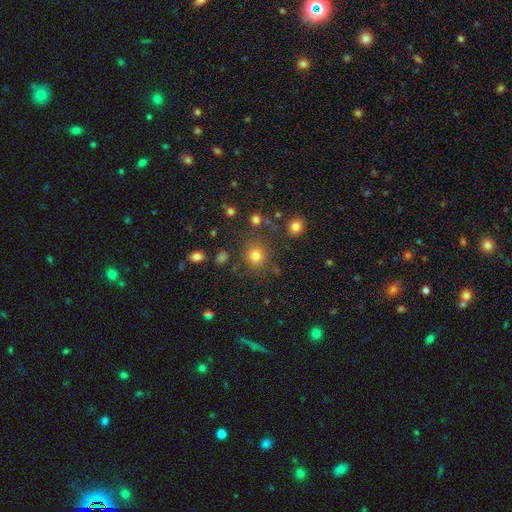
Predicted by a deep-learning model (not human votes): smooth-or-featured: smooth: 77% | star or artifact: 16% | featured or disk: 7%
  how-rounded: round: 86% | in between: 13% | cigar-shaped: 1%
  merging: none: 81% | minor disturbance: 9% | merger: 5% | major disturbance: 4%